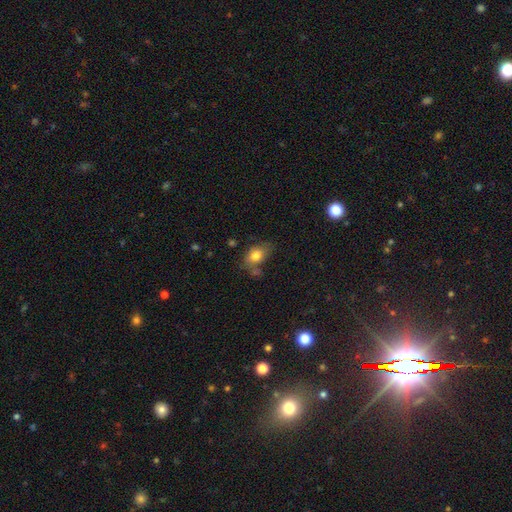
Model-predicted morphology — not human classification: smooth_or_featured: smooth (p=0.78) [alt: featured or disk p=0.13]
how_rounded: in between (p=0.79) [alt: round p=0.20]
merging: none (p=0.54) [alt: minor disturbance p=0.25]